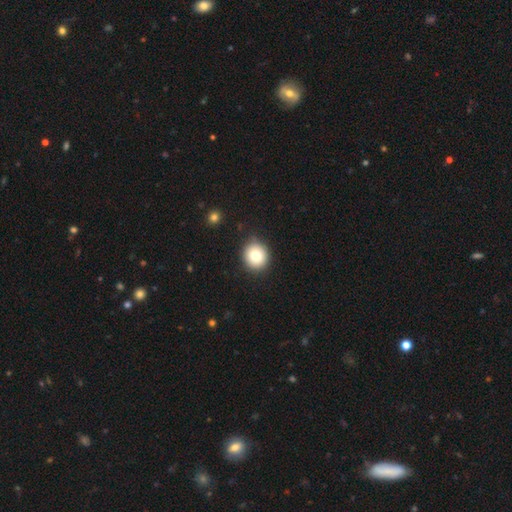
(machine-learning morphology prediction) smooth 78%, featured or disk 12%, star or artifact 10%. Down the decision tree: how rounded — round (89%); merging — none (88%).